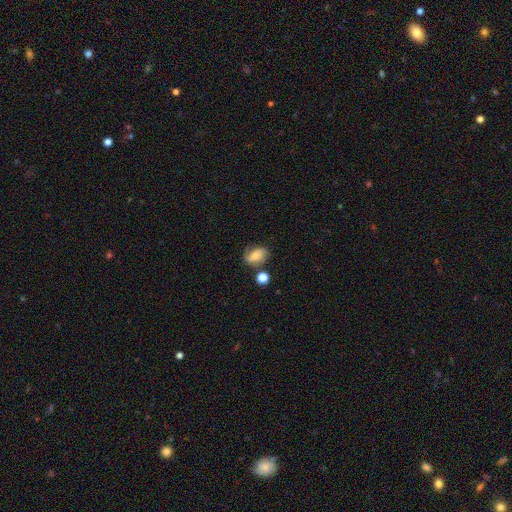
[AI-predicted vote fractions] A smooth galaxy with no disk features (54%) that is in between round and cigar-shaped (74%).

Vote fractions:
- Smooth or featured? smooth: 54% / featured or disk: 35% / star or artifact: 12%
- How rounded? in between: 74% / round: 24% / cigar-shaped: 2%
- Merging? none: 59% / minor disturbance: 24% / major disturbance: 9% / merger: 8%